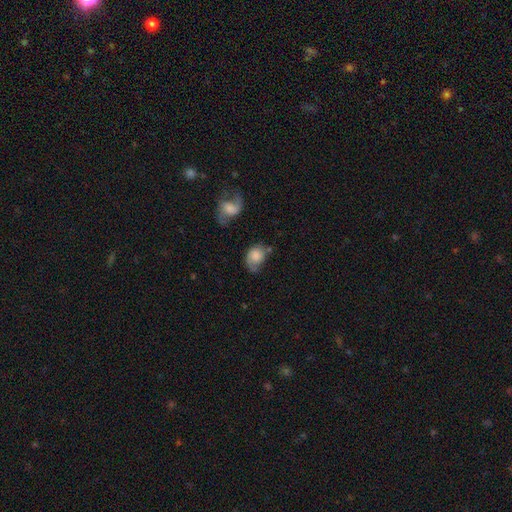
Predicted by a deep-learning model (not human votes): smooth 66%, featured or disk 26%, star or artifact 8%. Down the decision tree: how rounded — in between (61%); merging — none (38%).